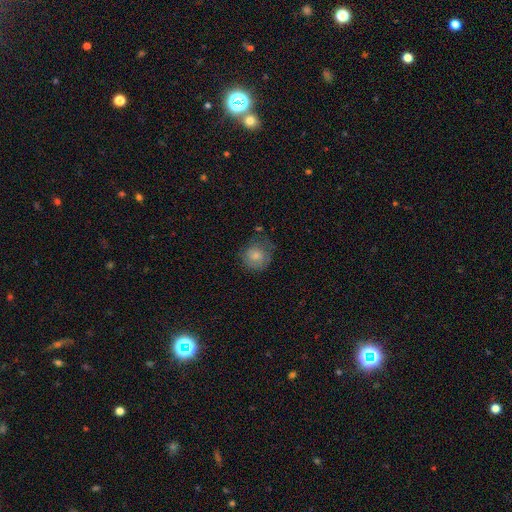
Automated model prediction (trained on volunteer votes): A smooth galaxy with no disk features (67%) that is round (85%).

Vote fractions:
- Smooth or featured? smooth: 67% / featured or disk: 25% / star or artifact: 8%
- How rounded? round: 85% / in between: 14% / cigar-shaped: 1%
- Merging? none: 59% / minor disturbance: 27% / major disturbance: 12% / merger: 2%